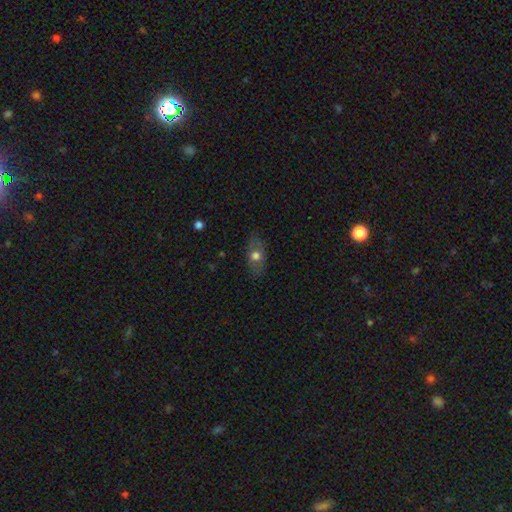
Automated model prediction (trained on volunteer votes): Q: Smooth or featured?
A: smooth (63%); runner-up: featured or disk (28%)
Q: How rounded?
A: in between (80%); runner-up: round (15%)
Q: Merging?
A: none (81%); runner-up: minor disturbance (14%)